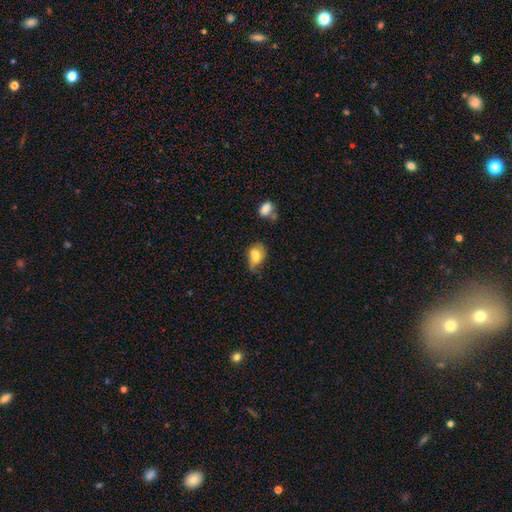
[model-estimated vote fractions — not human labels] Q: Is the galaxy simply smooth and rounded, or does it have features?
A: smooth — 69%.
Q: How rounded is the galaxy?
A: in between — 77%.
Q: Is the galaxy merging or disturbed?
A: none — 40%.